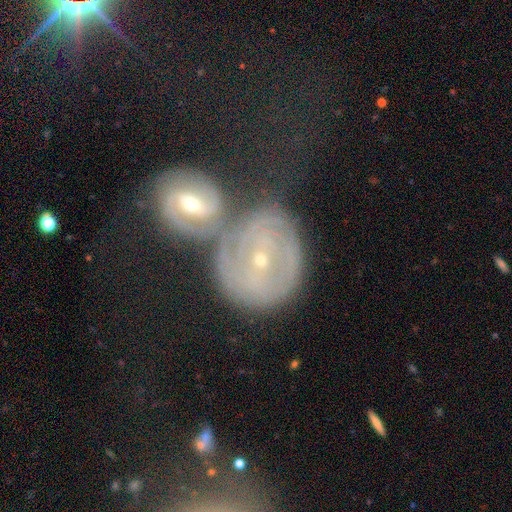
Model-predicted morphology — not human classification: type=featured or disk (61%); edge-on=no (94%); bar=no (58%); spiral arms=yes (68%); bulge=small (64%); merging=none (39%).